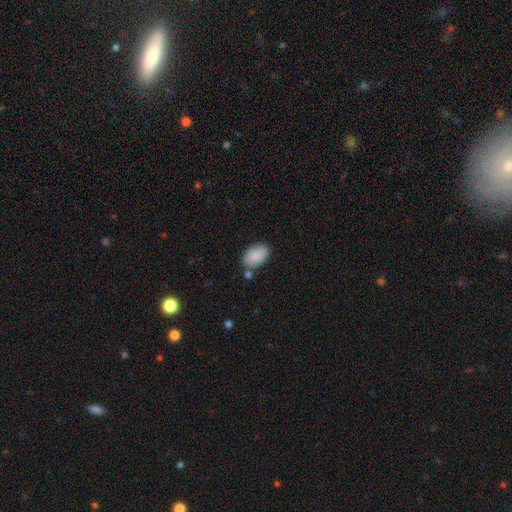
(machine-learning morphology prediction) Smooth or featured: smooth — 89% (star or artifact — 6%)
How rounded: in between — 92% (round — 7%)
Merging: none — 76% (minor disturbance — 14%)